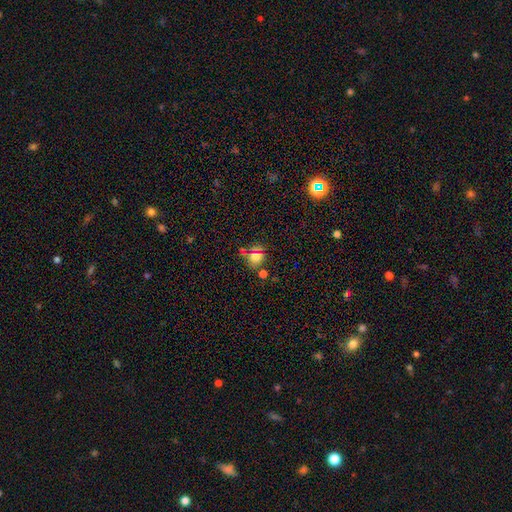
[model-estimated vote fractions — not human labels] Q: Smooth or featured?
A: smooth (65%); runner-up: star or artifact (24%)
Q: How rounded?
A: round (71%); runner-up: in between (27%)
Q: Merging?
A: none (64%); runner-up: minor disturbance (16%)